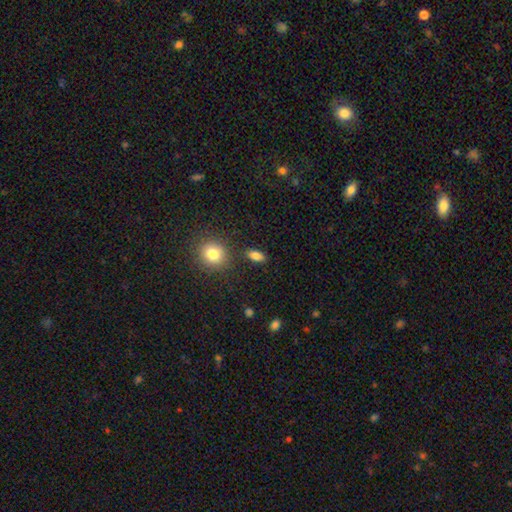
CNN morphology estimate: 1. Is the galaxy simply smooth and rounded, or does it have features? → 84% smooth, 10% star or artifact, 7% featured or disk.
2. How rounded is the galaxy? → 85% in between, 9% round, 6% cigar-shaped.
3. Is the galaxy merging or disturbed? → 85% none, 9% minor disturbance, 3% merger, 3% major disturbance.